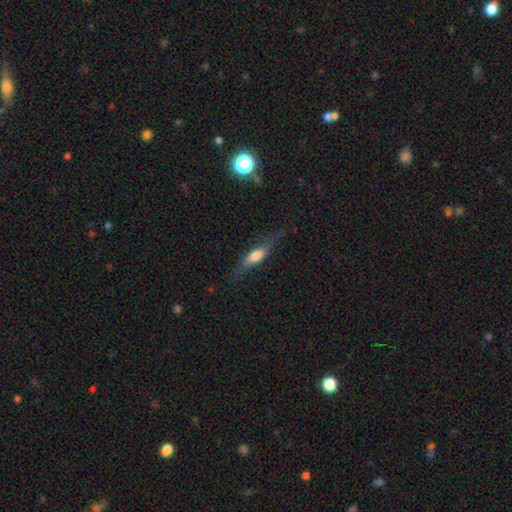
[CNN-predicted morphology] A smooth galaxy with no disk features (49%). Merging: none (66%).